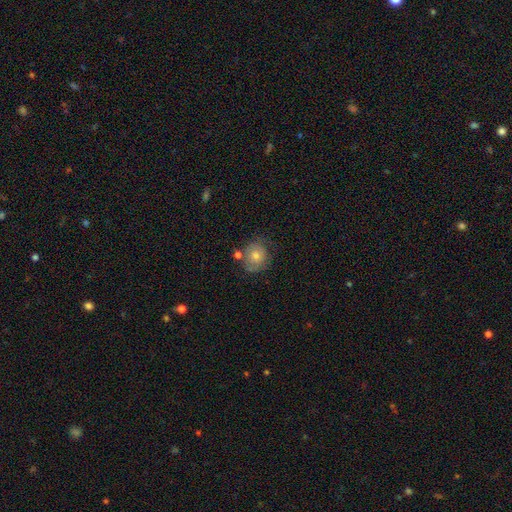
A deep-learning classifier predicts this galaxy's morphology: A smooth galaxy with no disk features (57%) that is round (79%).

Vote fractions:
- Smooth or featured? smooth: 57% / featured or disk: 31% / star or artifact: 12%
- How rounded? round: 79% / in between: 20% / cigar-shaped: 1%
- Merging? none: 68% / minor disturbance: 19% / major disturbance: 7% / merger: 6%